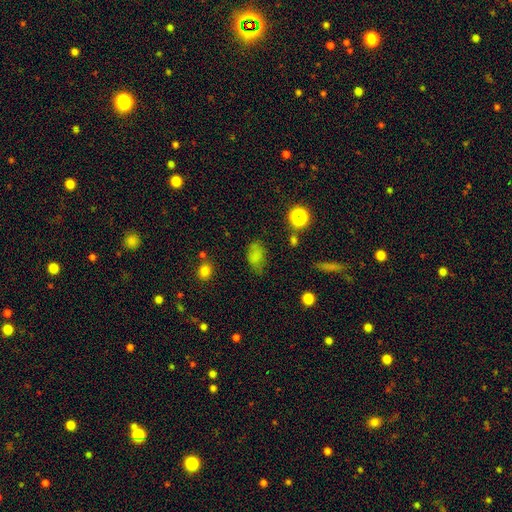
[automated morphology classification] Overall: smooth (74%). How rounded: in between (85%). Merging: none (58%; minor disturbance 26%).